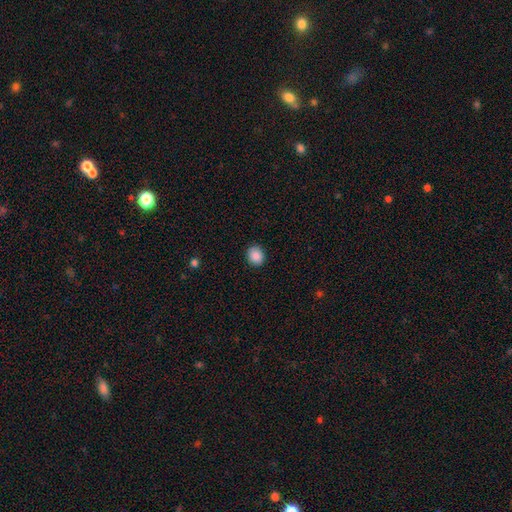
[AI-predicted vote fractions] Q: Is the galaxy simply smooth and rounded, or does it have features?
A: smooth — 89%.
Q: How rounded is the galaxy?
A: round — 68%.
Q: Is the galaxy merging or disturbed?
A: none — 90%.